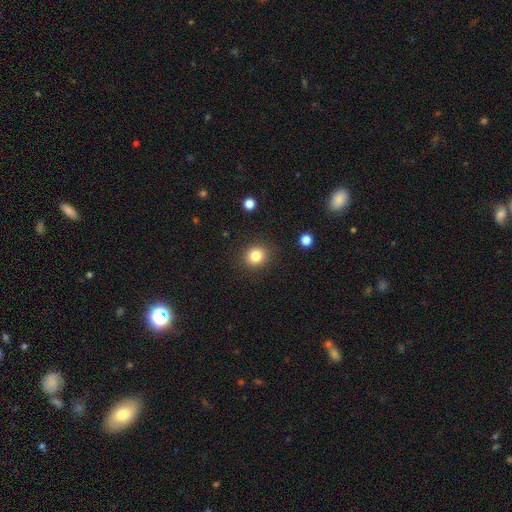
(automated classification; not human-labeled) smooth-or-featured: smooth: 83% | star or artifact: 11% | featured or disk: 6%
  how-rounded: round: 82% | in between: 18% | cigar-shaped: 1%
  merging: none: 89% | minor disturbance: 7% | major disturbance: 3% | merger: 1%